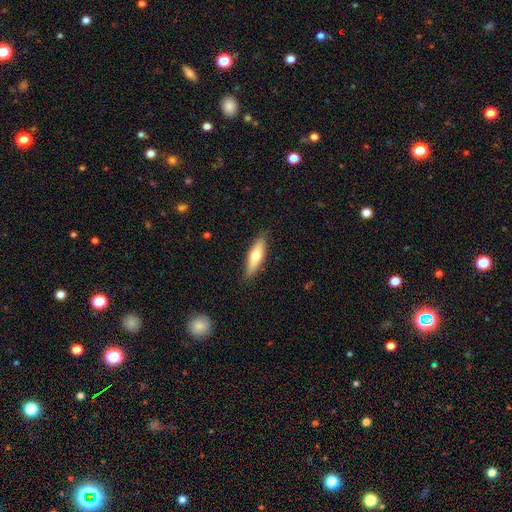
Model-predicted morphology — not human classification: Q: Smooth or featured?
A: smooth (59%); runner-up: featured or disk (35%)
Q: How rounded?
A: cigar-shaped (59%); runner-up: in between (38%)
Q: Merging?
A: none (87%); runner-up: minor disturbance (10%)